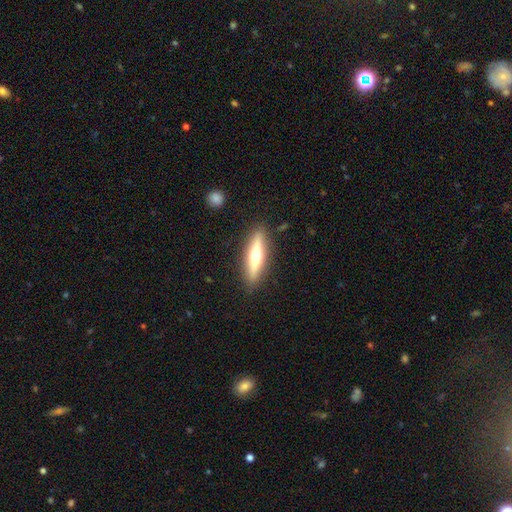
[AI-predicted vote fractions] Q: Smooth or featured?
A: featured or disk (57%); runner-up: smooth (37%)
Q: Edge-on disk?
A: yes (94%); runner-up: no (6%)
Q: Edge-on bulge?
A: rounded (92%); runner-up: none (4%)
Q: Merging?
A: none (89%); runner-up: minor disturbance (8%)